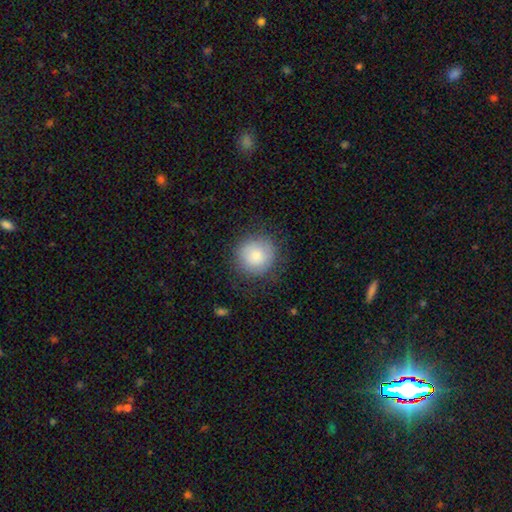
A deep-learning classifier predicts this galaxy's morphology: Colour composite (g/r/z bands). It shows a smooth galaxy with no disk features (81%) that is round (93%). Merging: none (78%).